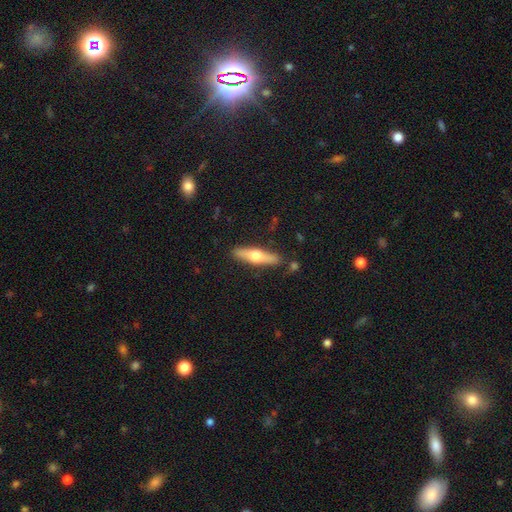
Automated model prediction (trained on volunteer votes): Smooth or featured: featured or disk — 49% (smooth — 45%)
Merging: none — 86% (minor disturbance — 9%)